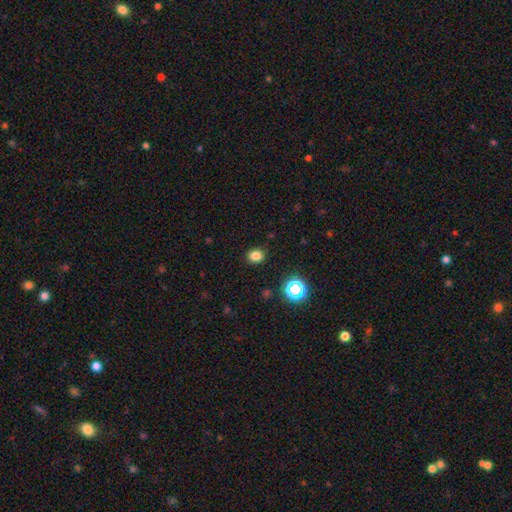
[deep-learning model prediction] Q: Smooth or featured?
A: smooth (78%); runner-up: star or artifact (17%)
Q: How rounded?
A: round (60%); runner-up: in between (39%)
Q: Merging?
A: none (87%); runner-up: minor disturbance (9%)